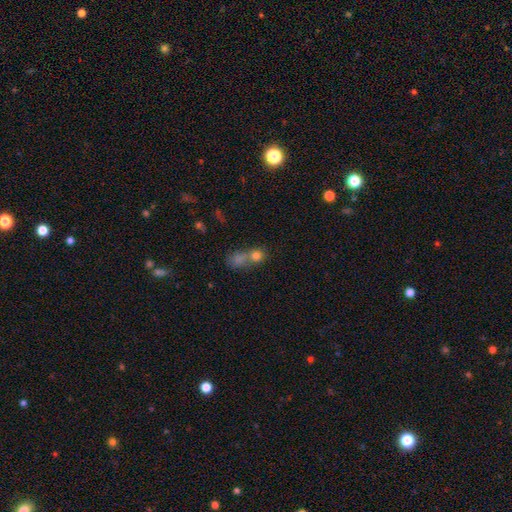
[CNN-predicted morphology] Smooth or featured: smooth — 76% (star or artifact — 13%)
How rounded: round — 74% (in between — 24%)
Merging: merger — 58% (none — 31%)